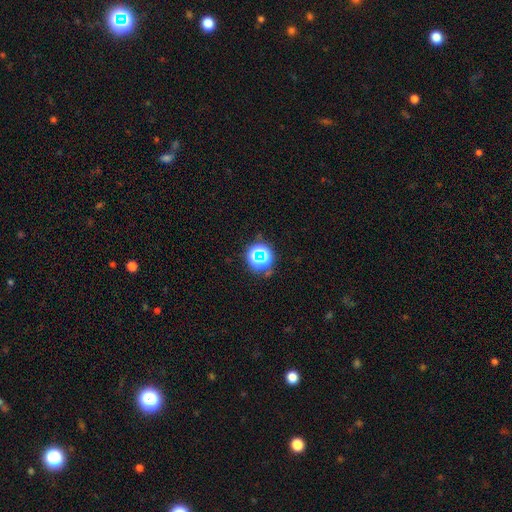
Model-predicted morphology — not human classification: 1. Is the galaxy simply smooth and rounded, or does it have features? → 62% star or artifact, 27% smooth, 11% featured or disk.